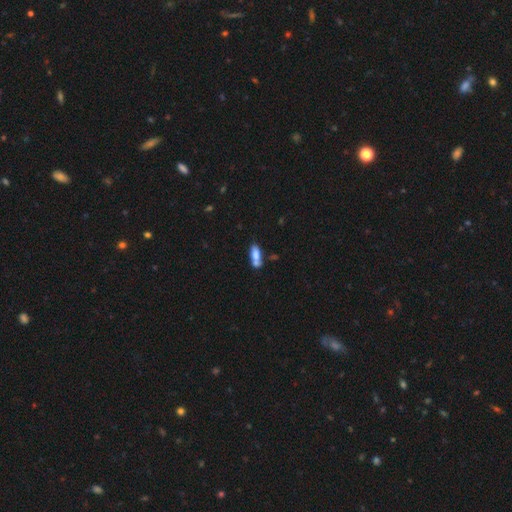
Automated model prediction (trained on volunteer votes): Smooth or featured: smooth — 74% (featured or disk — 17%)
How rounded: in between — 73% (cigar-shaped — 25%)
Merging: merger — 41% (none — 39%)